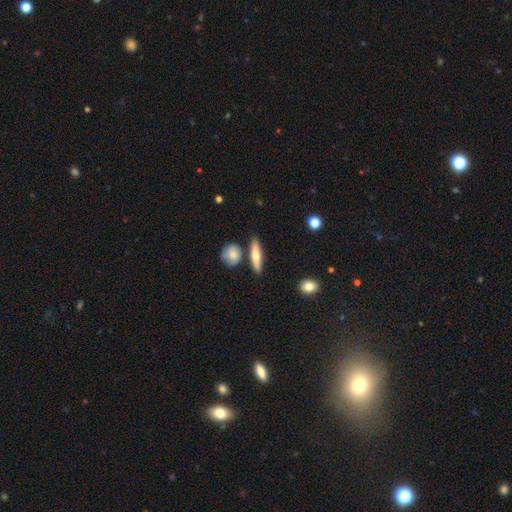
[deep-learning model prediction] Overall: smooth (60%; featured or disk 34%). How rounded: cigar-shaped (72%). Merging: none (79%).